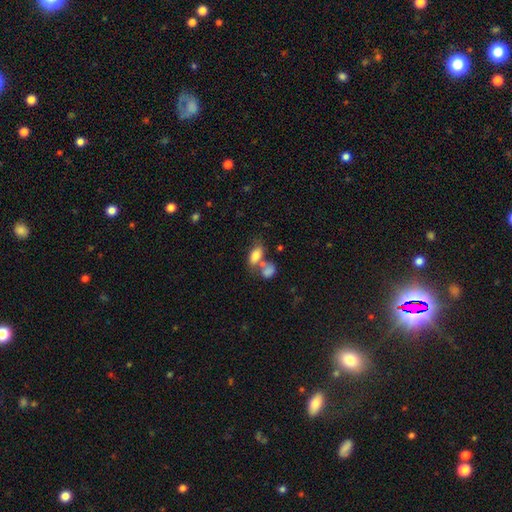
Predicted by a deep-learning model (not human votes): This appears to be a smooth galaxy with no disk features (79%) that is in between round and cigar-shaped (88%). Merging: merger (44%).